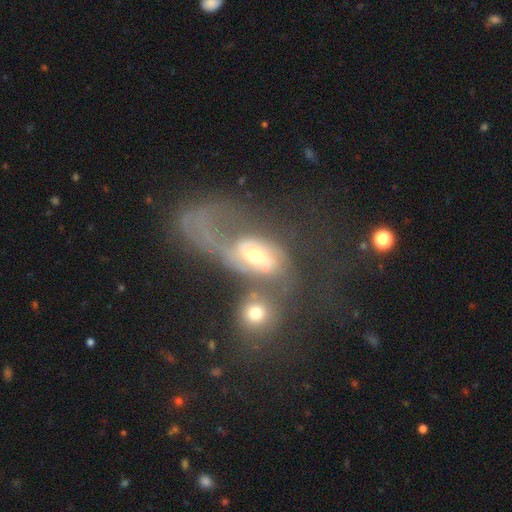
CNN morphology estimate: A featured or disk galaxy (64%) with no bar (65%), spiral arms (70%) and a moderate central bulge (63%).

Vote fractions:
- Smooth or featured? featured or disk: 64% / smooth: 26% / star or artifact: 9%
- Edge-on disk? no: 95% / yes: 5%
- Bar? no: 65% / weak: 27% / strong: 8%
- Spiral arms? yes: 70% / no: 30%
- Bulge size? moderate: 63% / small: 23% / large: 10% / none: 2% / dominant: 2%
- Merging? merger: 47% / major disturbance: 37% / none: 10% / minor disturbance: 6%